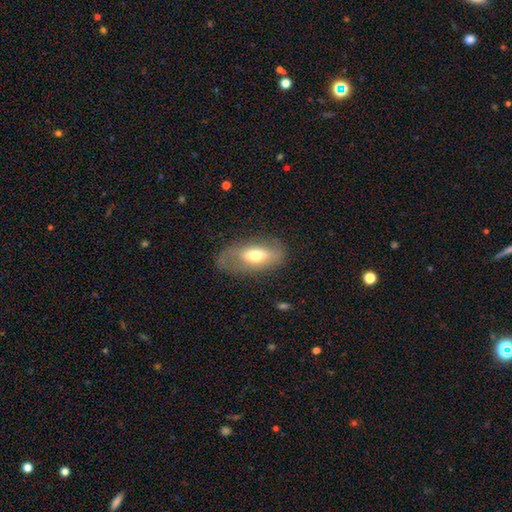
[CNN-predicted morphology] Q: Smooth or featured?
A: smooth (55%); runner-up: featured or disk (37%)
Q: How rounded?
A: in between (85%); runner-up: cigar-shaped (11%)
Q: Merging?
A: none (60%); runner-up: minor disturbance (23%)